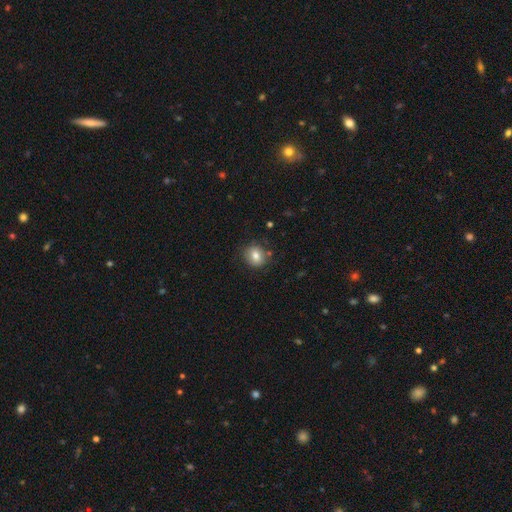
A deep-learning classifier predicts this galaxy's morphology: The model was most divided on "how rounded": round: 74%, in between: 25%, cigar-shaped: 1%. More confident: merging — none (80%); smooth or featured — smooth (76%).